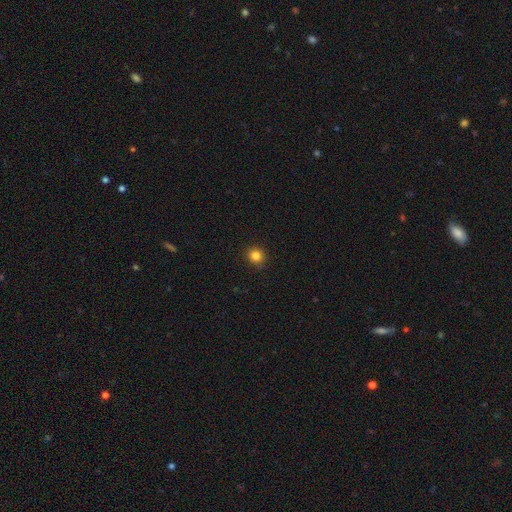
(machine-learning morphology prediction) type=smooth (83%); roundness=round (88%); merging=none (90%).